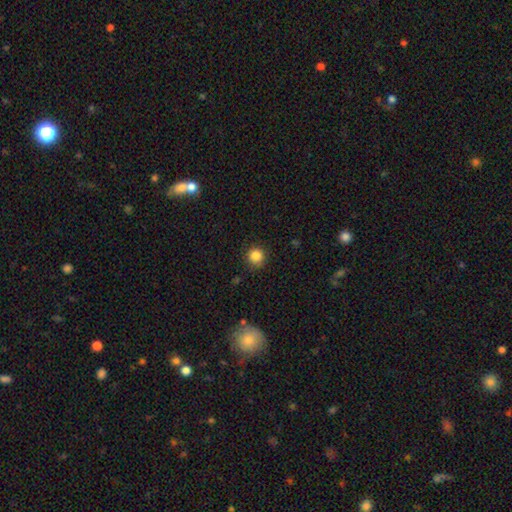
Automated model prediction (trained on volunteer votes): Smooth or featured: smooth — 84% (star or artifact — 12%)
How rounded: round — 93% (in between — 6%)
Merging: none — 87% (minor disturbance — 9%)